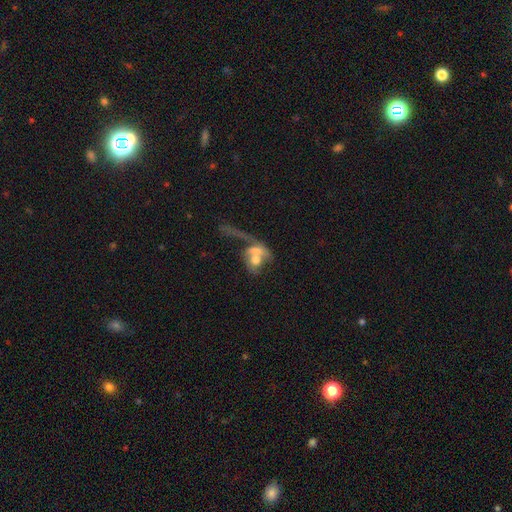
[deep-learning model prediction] Q: Smooth or featured?
A: featured or disk (46%); runner-up: smooth (45%)
Q: Merging?
A: merger (65%); runner-up: major disturbance (18%)